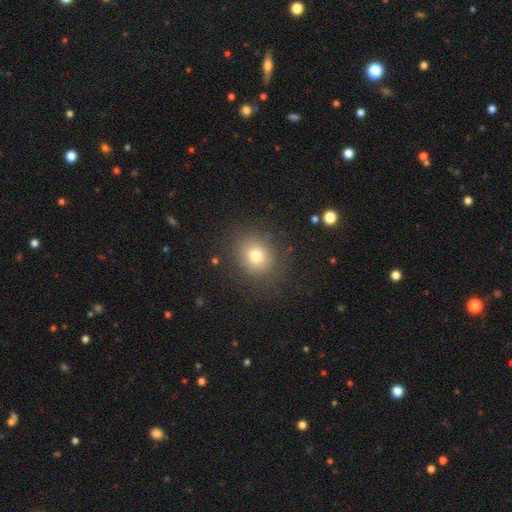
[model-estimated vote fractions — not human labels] Smooth or featured?
  - smooth: 76% *
  - star or artifact: 13%
  - featured or disk: 10%
How rounded?
  - round: 72% *
  - in between: 27%
  - cigar-shaped: 1%
Merging?
  - none: 84% *
  - minor disturbance: 10%
  - major disturbance: 5%
  - merger: 1%